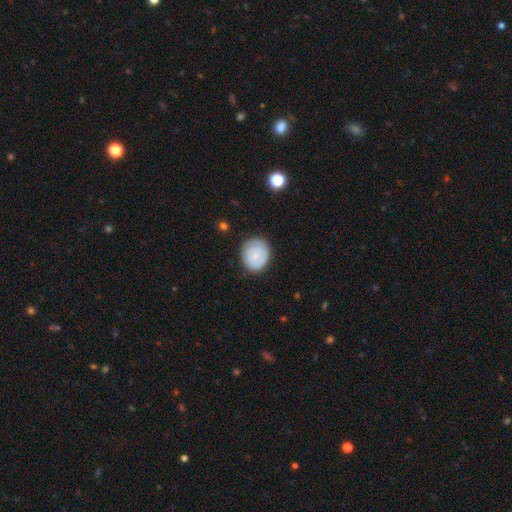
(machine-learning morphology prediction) This is likely a smooth galaxy (65%). How rounded: likely round (69%). Merging: likely none (78%).